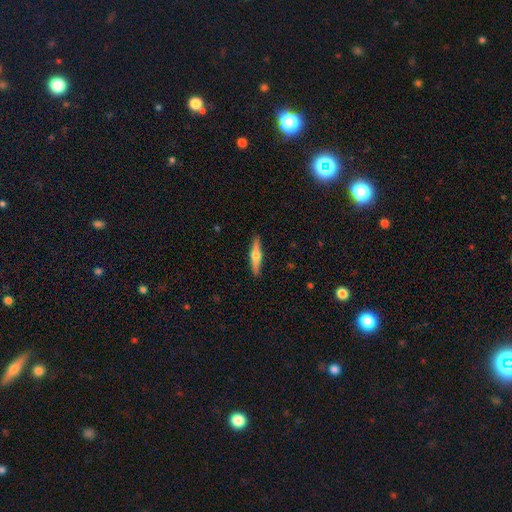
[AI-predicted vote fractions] Morphology: type=featured or disk (56%); edge-on=yes (96%); edge-on bulge=rounded (93%); merging=none (91%).